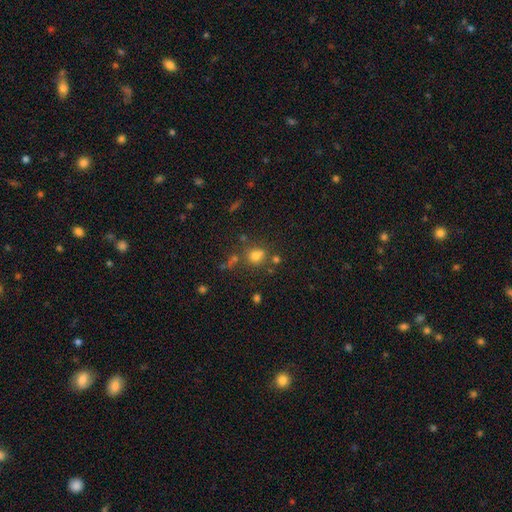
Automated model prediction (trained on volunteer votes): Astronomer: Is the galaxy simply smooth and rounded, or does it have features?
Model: smooth — 71%.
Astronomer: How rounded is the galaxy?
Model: round — 76%.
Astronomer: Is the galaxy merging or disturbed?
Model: none — 62%.